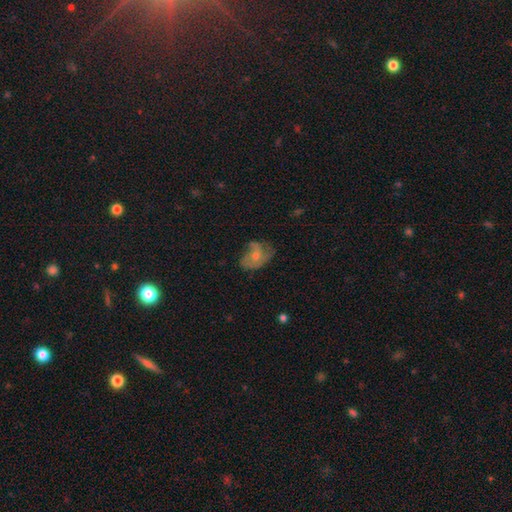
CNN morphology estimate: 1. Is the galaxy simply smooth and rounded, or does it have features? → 55% featured or disk, 36% smooth, 9% star or artifact.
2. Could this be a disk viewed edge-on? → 97% no, 3% yes.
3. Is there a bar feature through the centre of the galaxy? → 83% no, 15% weak, 2% strong.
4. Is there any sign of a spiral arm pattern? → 66% yes, 34% no.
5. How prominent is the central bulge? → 54% small, 40% moderate, 3% none, 2% large, 1% dominant.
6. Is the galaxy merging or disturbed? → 45% none, 31% minor disturbance, 22% major disturbance, 3% merger.